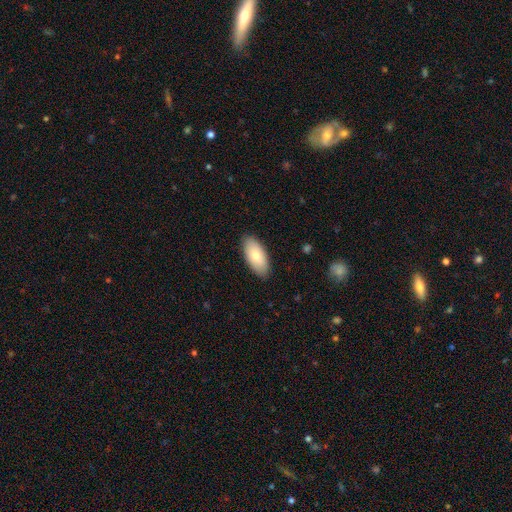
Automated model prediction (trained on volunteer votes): Overall: smooth (76%). How rounded: in between (92%). Merging: none (88%).